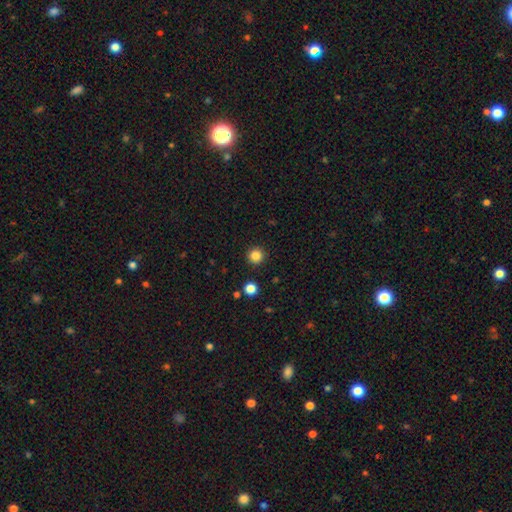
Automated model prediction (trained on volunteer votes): Smooth or featured? smooth (85%)
How rounded? round (96%)
Merging? none (92%)